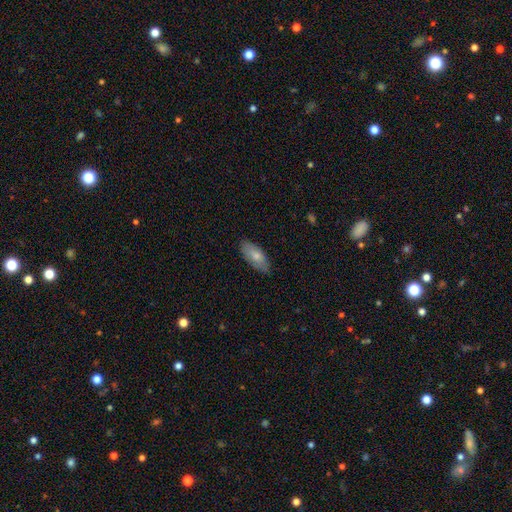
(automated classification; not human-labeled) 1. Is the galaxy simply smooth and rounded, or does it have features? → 77% smooth, 17% featured or disk, 6% star or artifact.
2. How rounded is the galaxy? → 86% in between, 12% cigar-shaped, 2% round.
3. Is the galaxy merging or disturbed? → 82% none, 14% minor disturbance, 2% major disturbance, 1% merger.